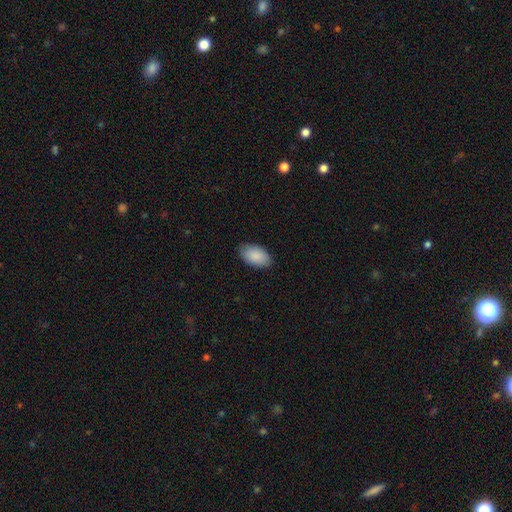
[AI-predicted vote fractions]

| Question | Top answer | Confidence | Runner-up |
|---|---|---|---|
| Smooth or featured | smooth | 89% | star or artifact (6%) |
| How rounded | in between | 95% | round (3%) |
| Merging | none | 85% | minor disturbance (12%) |